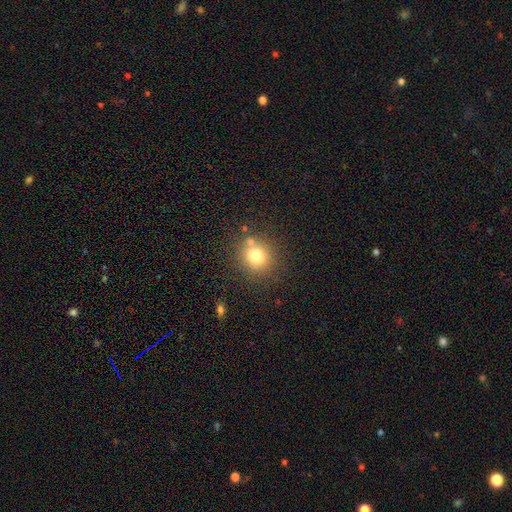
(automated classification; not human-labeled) Q: Smooth or featured?
A: smooth (76%); runner-up: star or artifact (14%)
Q: How rounded?
A: round (87%); runner-up: in between (12%)
Q: Merging?
A: none (76%); runner-up: minor disturbance (11%)